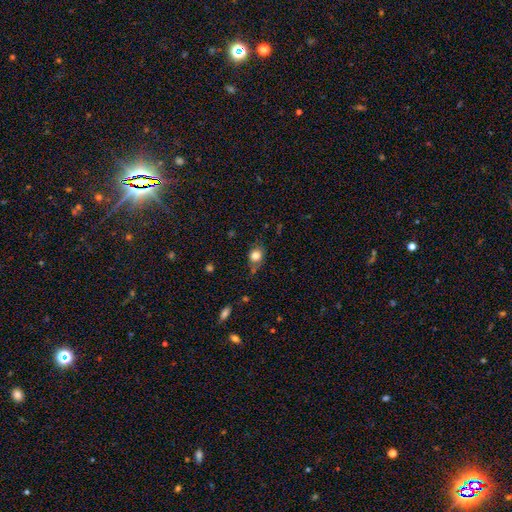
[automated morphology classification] smooth-or-featured: smooth: 79% | featured or disk: 11% | star or artifact: 10%
  how-rounded: round: 56% | in between: 43% | cigar-shaped: 2%
  merging: none: 60% | minor disturbance: 28% | major disturbance: 8% | merger: 4%